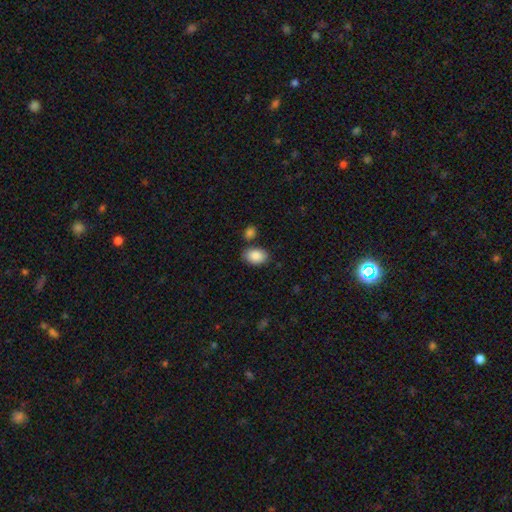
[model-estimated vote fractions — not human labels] A smooth galaxy with no disk features (89%) that is in between round and cigar-shaped (85%). Merging: none (76%).